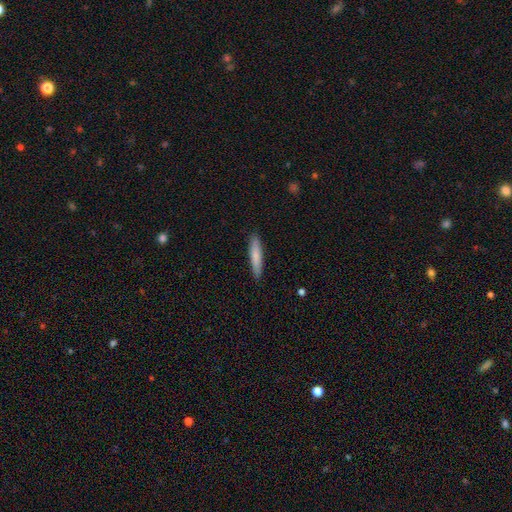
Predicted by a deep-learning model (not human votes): This is likely a smooth galaxy (79%). How rounded: clearly cigar-shaped (86%). Merging: clearly none (89%).